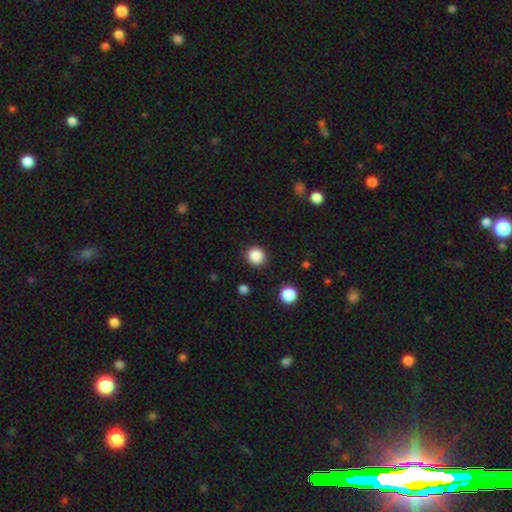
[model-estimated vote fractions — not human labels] The model was most divided on "smooth or featured": smooth: 87%, star or artifact: 11%, featured or disk: 3%. More confident: how rounded — round (92%); merging — none (90%).